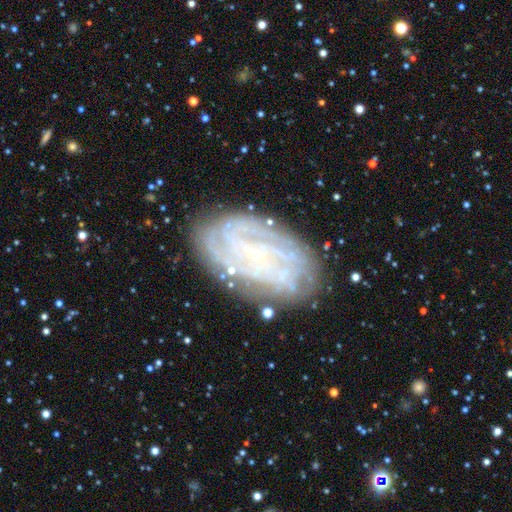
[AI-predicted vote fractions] Smooth or featured? Predicted: featured or disk (p=0.78). Edge-on disk? Predicted: no (p=0.95). Bar? Predicted: no (p=0.69). Spiral arms? Predicted: yes (p=0.92). Spiral winding? Predicted: tight (p=0.77). Spiral arm count? Predicted: can't tell (p=0.37). Bulge size? Predicted: small (p=0.84). Merging? Predicted: none (p=0.80).